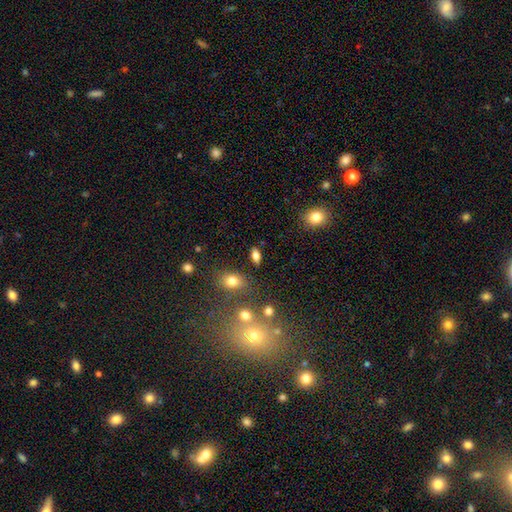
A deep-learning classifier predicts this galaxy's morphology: Smooth or featured: smooth — 76% (featured or disk — 13%)
How rounded: in between — 84% (round — 8%)
Merging: none — 81% (minor disturbance — 10%)